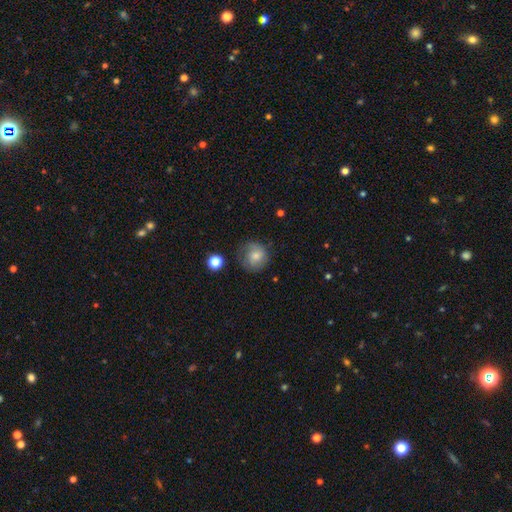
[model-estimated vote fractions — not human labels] Smooth or featured?
  - smooth: 65% *
  - featured or disk: 26%
  - star or artifact: 9%
How rounded?
  - round: 86% *
  - in between: 13%
  - cigar-shaped: 1%
Merging?
  - none: 67% *
  - minor disturbance: 22%
  - major disturbance: 9%
  - merger: 2%